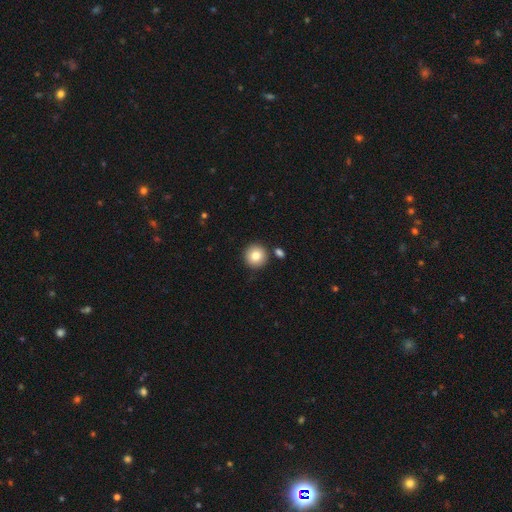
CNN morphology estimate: smooth 83%, star or artifact 9%, featured or disk 8%. Down the decision tree: how rounded — round (95%); merging — none (85%).